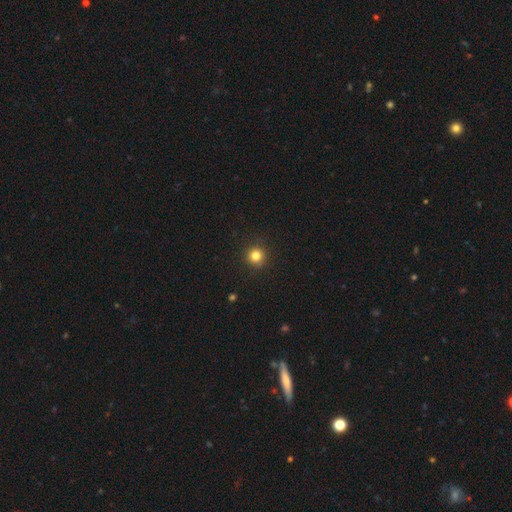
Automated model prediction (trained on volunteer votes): A smooth galaxy with no disk features (82%) that is round (95%). Merging: none (92%).